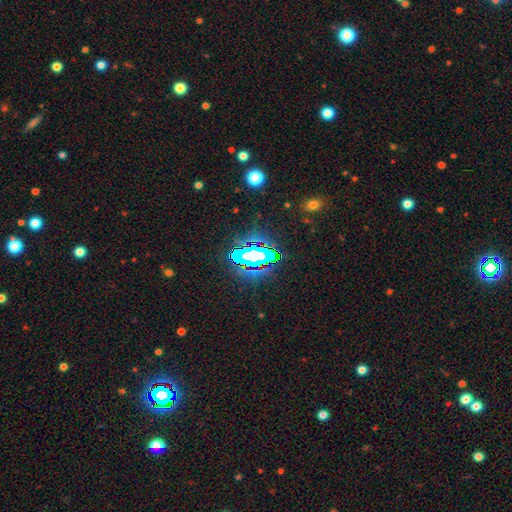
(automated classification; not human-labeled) Smooth or featured?
  - star or artifact: 65% *
  - smooth: 19%
  - featured or disk: 16%